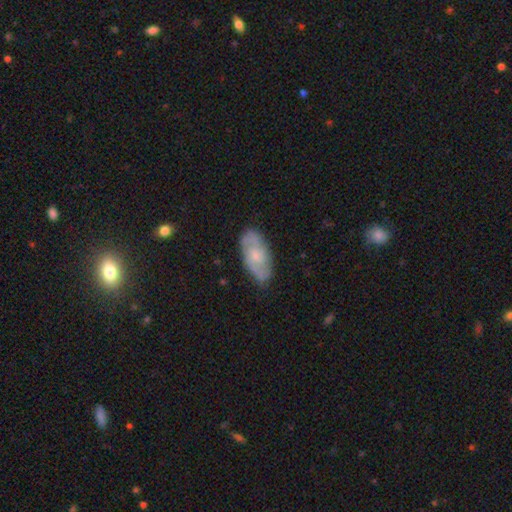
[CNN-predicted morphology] Smooth or featured? featured or disk (63%)
Edge-on disk? no (93%)
Bar? no (65%)
Spiral arms? yes (87%)
Spiral winding? medium (43%)
Spiral arm count? 2 (62%)
Bulge size? small (60%)
Merging? none (79%)